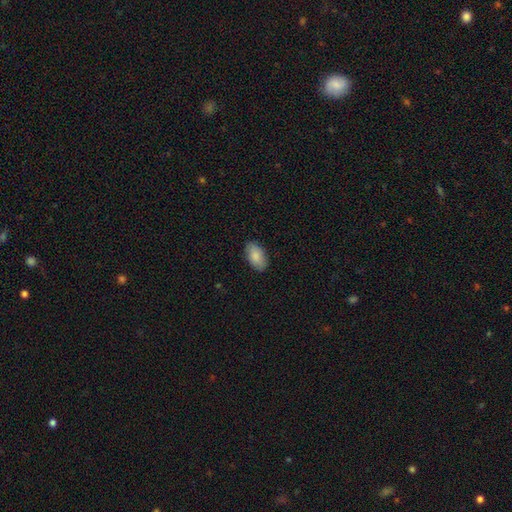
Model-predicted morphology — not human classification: Smooth or featured: smooth — 86% (featured or disk — 8%)
How rounded: in between — 95% (round — 4%)
Merging: none — 85% (minor disturbance — 11%)